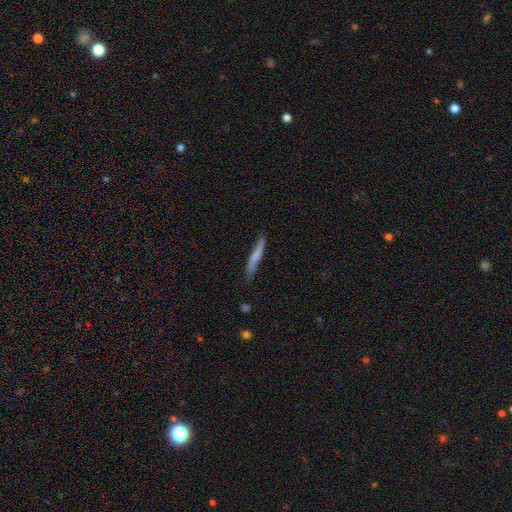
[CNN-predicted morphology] Smooth or featured? Predicted: smooth (p=0.58). How rounded? Predicted: cigar-shaped (p=0.93). Merging? Predicted: none (p=0.69).